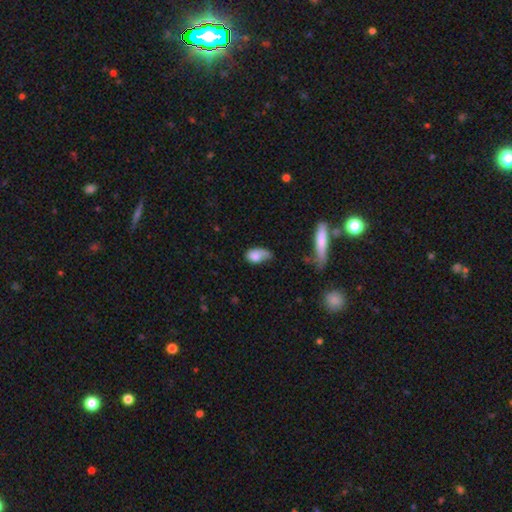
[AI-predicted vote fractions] Overall: smooth (73%). How rounded: in between (87%). Merging: minor disturbance (37%; major disturbance 29%).